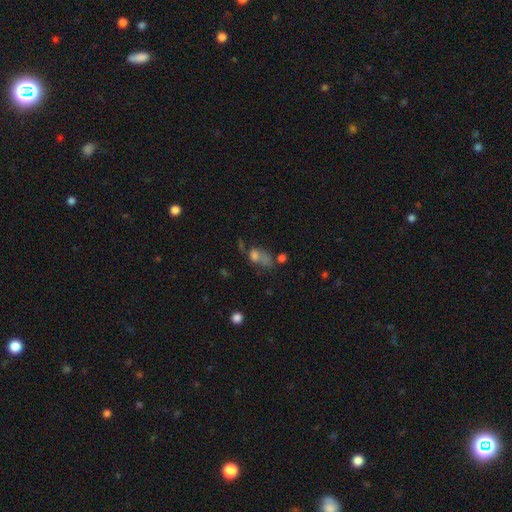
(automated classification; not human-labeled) Overall: smooth (53%; star or artifact 25%). How rounded: in between (62%; round 33%). Merging: merger (28%, tied with none).